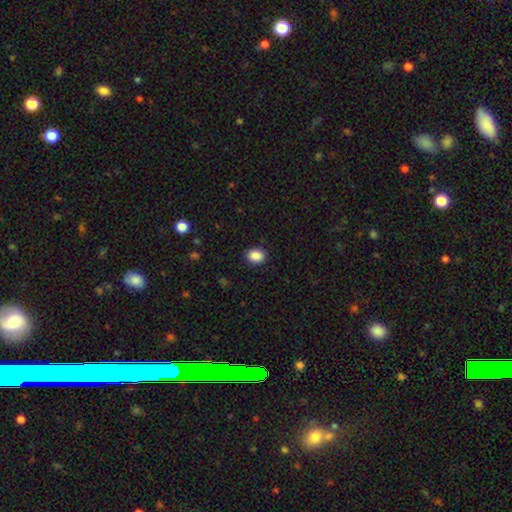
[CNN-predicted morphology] This is clearly a smooth galaxy (89%). How rounded: likely in between (63%). Merging: clearly none (89%).